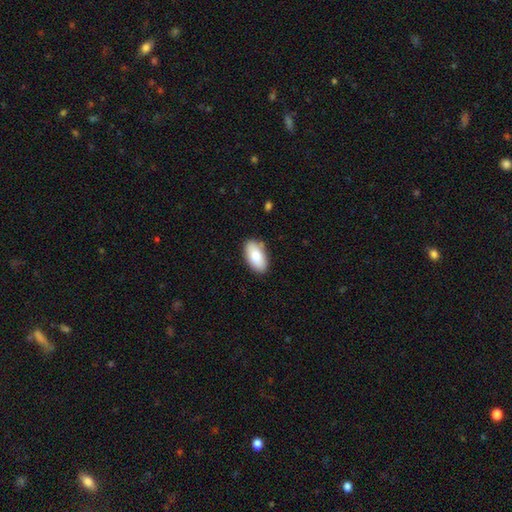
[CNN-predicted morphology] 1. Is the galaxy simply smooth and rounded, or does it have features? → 78% smooth, 16% featured or disk, 6% star or artifact.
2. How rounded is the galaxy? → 94% in between, 3% round, 3% cigar-shaped.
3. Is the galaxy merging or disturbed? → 85% none, 11% minor disturbance, 2% major disturbance, 2% merger.